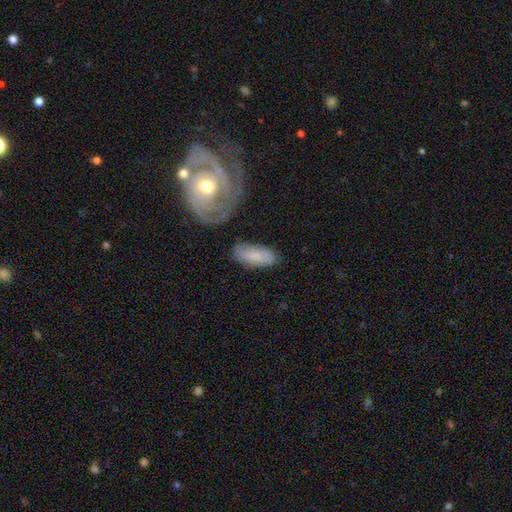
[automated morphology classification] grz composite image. It shows a smooth galaxy with no disk features (70%) that is in between round and cigar-shaped (77%). Merging: none (71%).